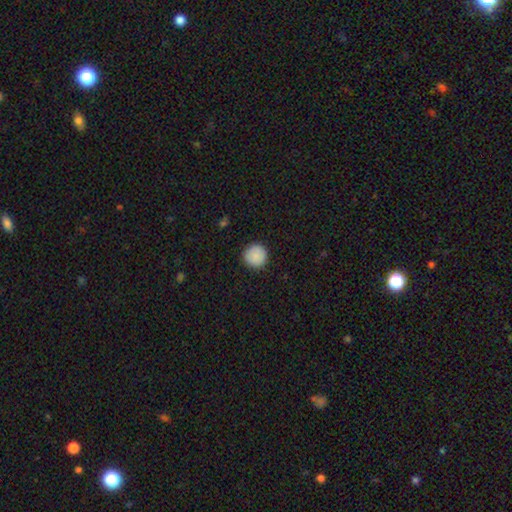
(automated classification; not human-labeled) Smooth or featured? smooth (88%)
How rounded? round (96%)
Merging? none (91%)